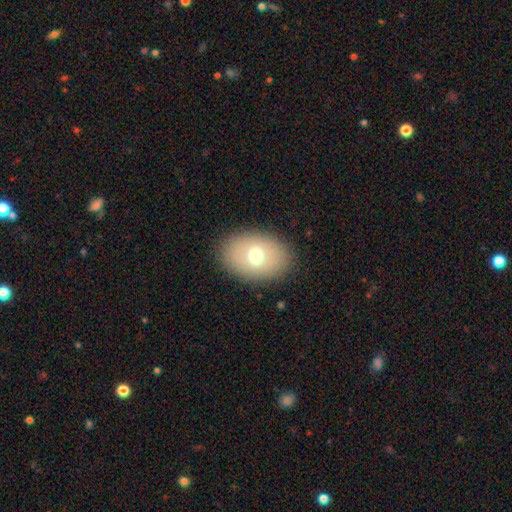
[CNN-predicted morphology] Smooth or featured? smooth (69%)
How rounded? in between (78%)
Merging? none (87%)